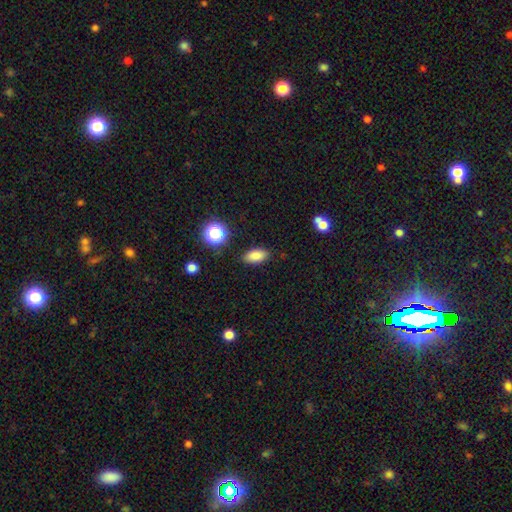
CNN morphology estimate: Smooth or featured?
  - smooth: 83% *
  - star or artifact: 11%
  - featured or disk: 6%
How rounded?
  - in between: 88% *
  - round: 7%
  - cigar-shaped: 5%
Merging?
  - none: 86% *
  - minor disturbance: 9%
  - major disturbance: 3%
  - merger: 2%